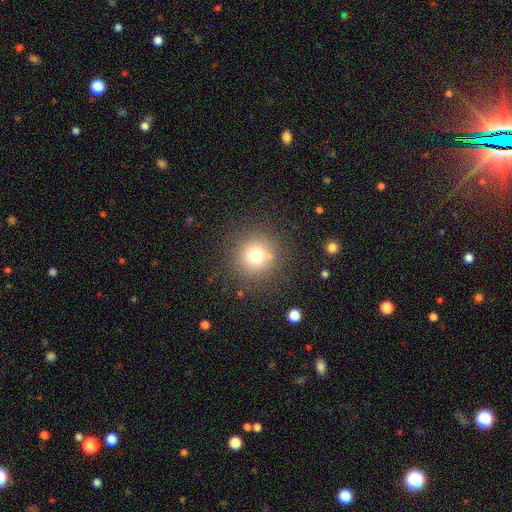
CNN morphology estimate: A smooth galaxy with no disk features (73%) that is round (94%).

Vote fractions:
- Smooth or featured? smooth: 73% / star or artifact: 16% / featured or disk: 11%
- How rounded? round: 94% / in between: 5% / cigar-shaped: 1%
- Merging? none: 84% / minor disturbance: 8% / major disturbance: 4% / merger: 3%